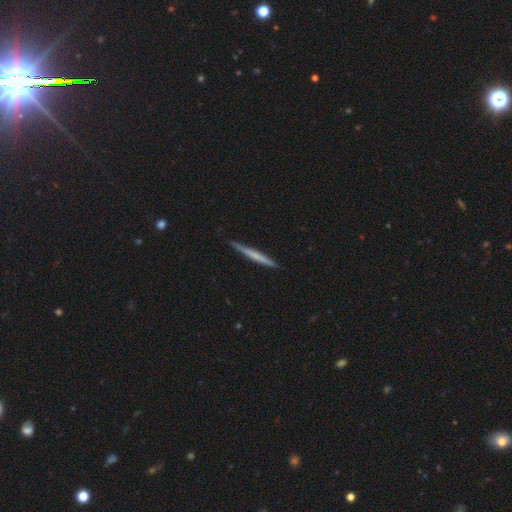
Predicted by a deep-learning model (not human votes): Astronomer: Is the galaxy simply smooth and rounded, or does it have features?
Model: featured or disk — 55% (runner-up: smooth, 40%).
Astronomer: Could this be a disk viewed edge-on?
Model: yes — 98%.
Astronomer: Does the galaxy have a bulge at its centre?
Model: none — 58% (runner-up: rounded, 36%).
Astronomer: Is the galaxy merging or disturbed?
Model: none — 89%.